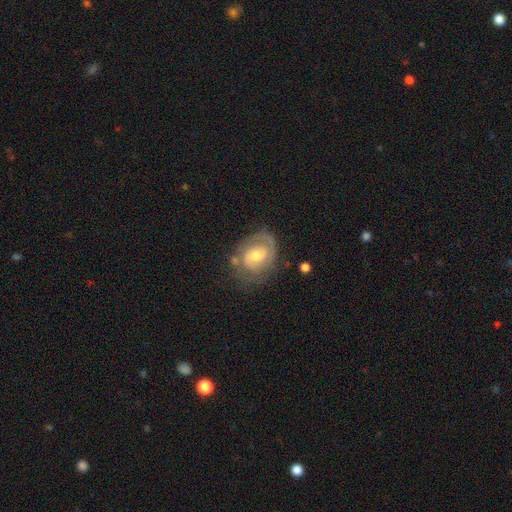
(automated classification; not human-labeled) Smooth or featured: featured or disk — 77% (smooth — 17%)
Edge-on disk: no — 97% (yes — 3%)
Bar: no — 52% (weak — 40%)
Spiral arms: yes — 88% (no — 12%)
Spiral winding: tight — 52% (medium — 36%)
Spiral arm count: 2 — 58% (can't tell — 18%)
Bulge size: moderate — 59% (small — 34%)
Merging: none — 66% (minor disturbance — 20%)